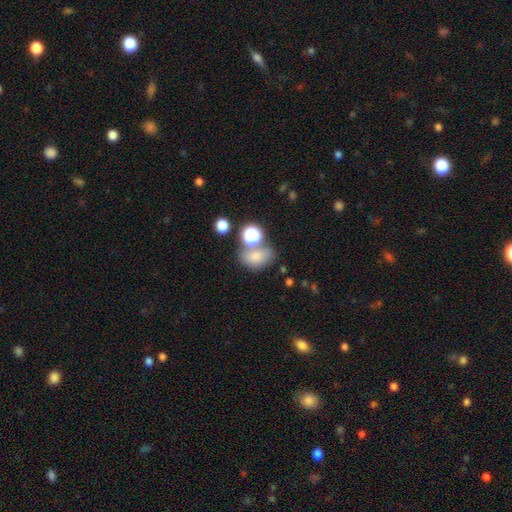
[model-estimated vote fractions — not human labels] This appears to be a smooth galaxy with no disk features (75%) that is in between round and cigar-shaped (71%). Merging: none (51%).